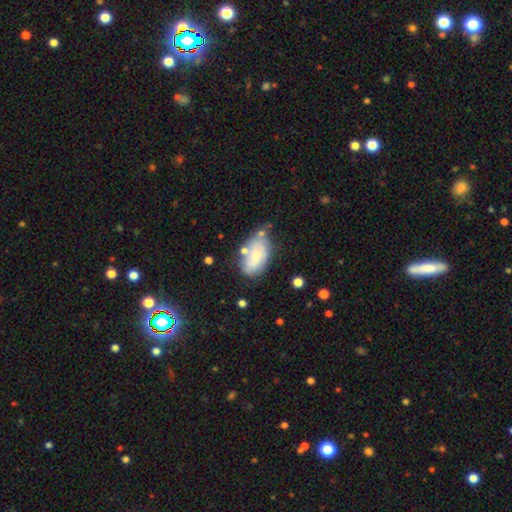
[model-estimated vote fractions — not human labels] Q: Smooth or featured?
A: smooth (53%); runner-up: featured or disk (39%)
Q: How rounded?
A: in between (91%); runner-up: round (6%)
Q: Merging?
A: none (48%); runner-up: minor disturbance (29%)